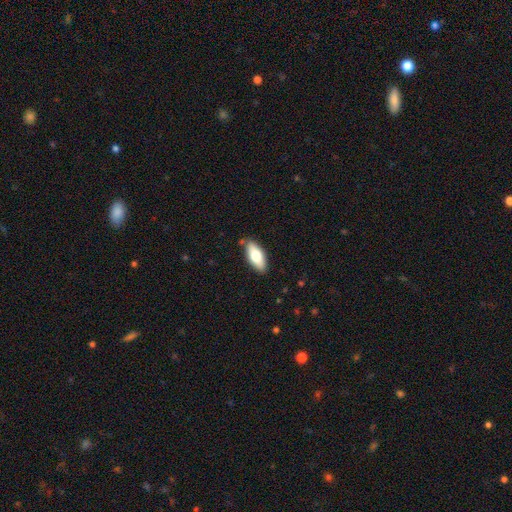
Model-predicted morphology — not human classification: Smooth or featured?
  - smooth: 72% *
  - featured or disk: 21%
  - star or artifact: 6%
How rounded?
  - in between: 81% *
  - cigar-shaped: 16%
  - round: 2%
Merging?
  - none: 84% *
  - minor disturbance: 12%
  - major disturbance: 2%
  - merger: 2%